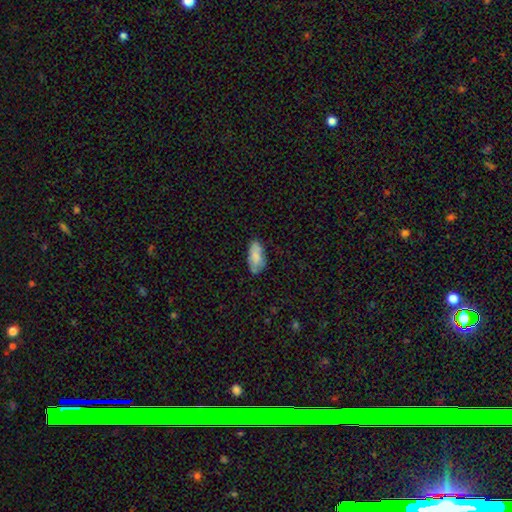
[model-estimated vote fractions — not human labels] Smooth or featured? smooth (78%)
How rounded? in between (89%)
Merging? none (68%)